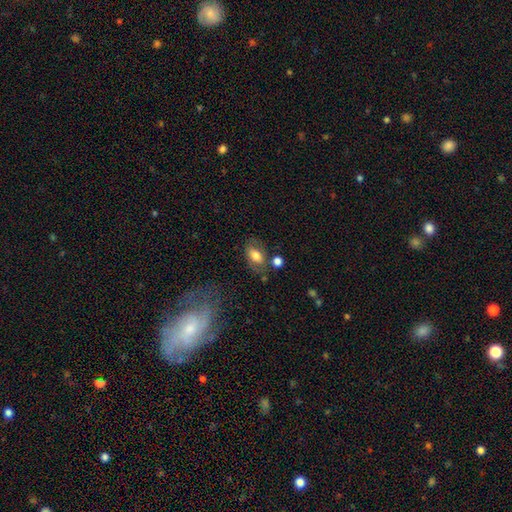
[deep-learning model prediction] smooth_or_featured: smooth (p=0.69) [alt: featured or disk p=0.23]
how_rounded: in between (p=0.88) [alt: round p=0.09]
merging: none (p=0.65) [alt: minor disturbance p=0.18]